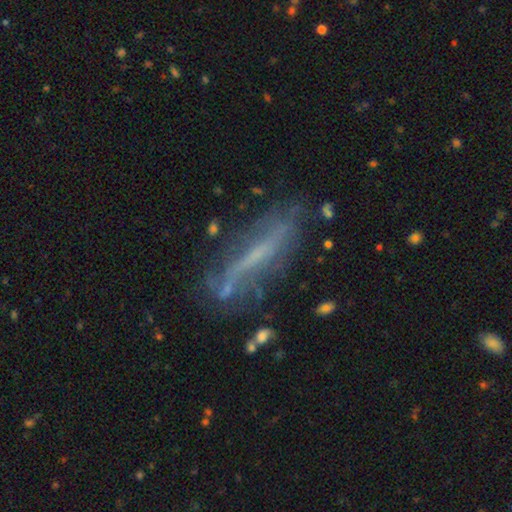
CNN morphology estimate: type=featured or disk (63%); edge-on=yes (57%); merging=none (65%).